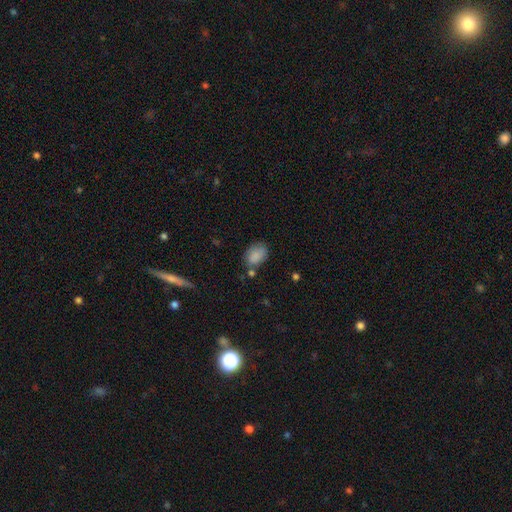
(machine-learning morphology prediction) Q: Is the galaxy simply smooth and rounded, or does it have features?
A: smooth — 85%.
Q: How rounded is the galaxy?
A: in between — 77%.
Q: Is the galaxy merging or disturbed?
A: none — 62%.